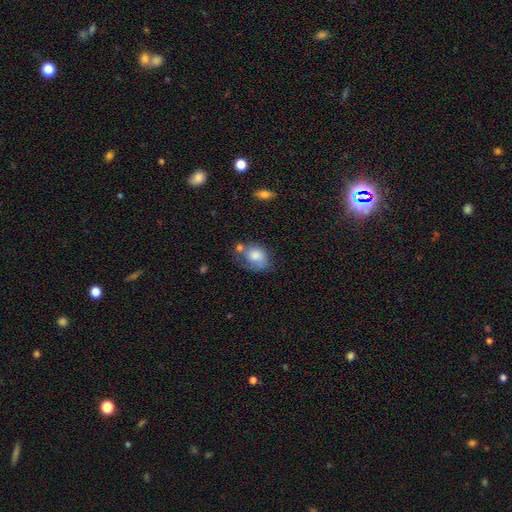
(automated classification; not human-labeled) smooth_or_featured: smooth (p=0.67) [alt: featured or disk p=0.25]
how_rounded: in between (p=0.65) [alt: round p=0.34]
merging: none (p=0.34) [alt: minor disturbance p=0.26]